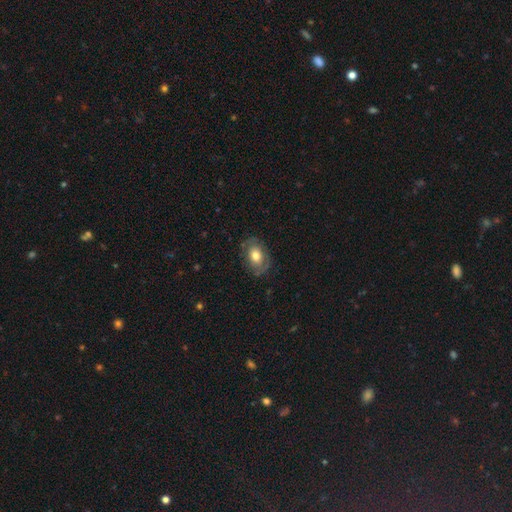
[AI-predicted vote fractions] Smooth or featured? smooth (63%)
How rounded? in between (80%)
Merging? none (76%)